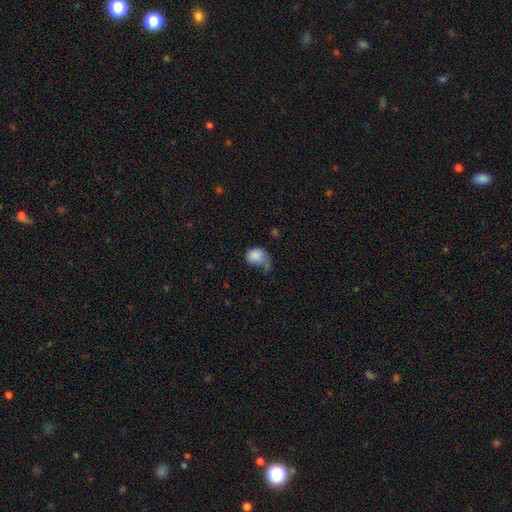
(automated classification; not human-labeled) This appears to be a smooth galaxy with no disk features (81%) that is in between round and cigar-shaped (61%). Merging: major disturbance (35%).